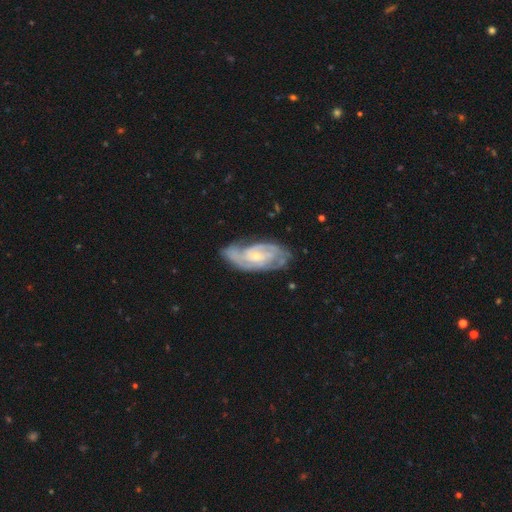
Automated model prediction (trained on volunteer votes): Smooth or featured?
  - featured or disk: 84% *
  - smooth: 11%
  - star or artifact: 5%
Edge-on disk?
  - no: 95% *
  - yes: 5%
Bar?
  - no: 56% *
  - weak: 36%
  - strong: 9%
Spiral arms?
  - yes: 95% *
  - no: 5%
Spiral winding?
  - tight: 57% *
  - medium: 35%
  - loose: 8%
Spiral arm count?
  - 2: 53% *
  - can't tell: 22%
  - 3: 15%
  - 4: 4%
  - 1: 3%
  - more than 4: 3%
Bulge size?
  - small: 66% *
  - moderate: 28%
  - none: 3%
  - large: 1%
  - dominant: 1%
Merging?
  - none: 68% *
  - minor disturbance: 22%
  - major disturbance: 7%
  - merger: 2%